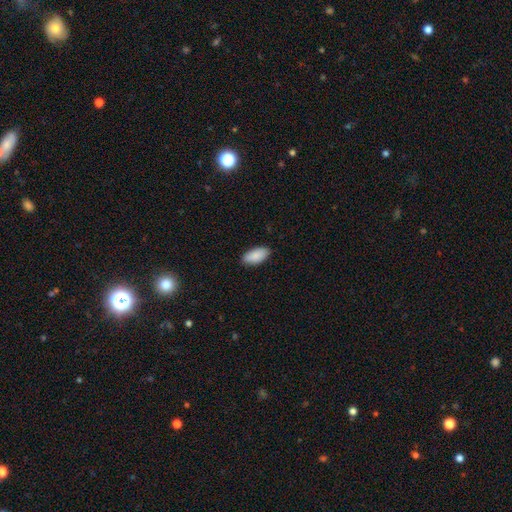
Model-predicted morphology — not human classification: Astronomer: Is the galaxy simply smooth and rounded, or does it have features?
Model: smooth — 89%.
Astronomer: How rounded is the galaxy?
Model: in between — 93%.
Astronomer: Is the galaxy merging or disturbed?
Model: none — 88%.